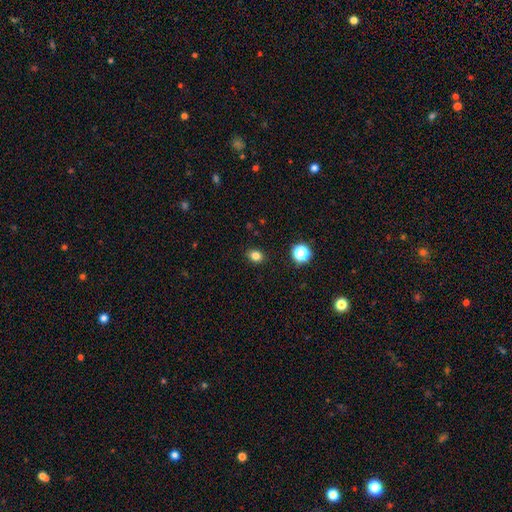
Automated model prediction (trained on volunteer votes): Smooth or featured? smooth (81%)
How rounded? round (51%)
Merging? none (89%)